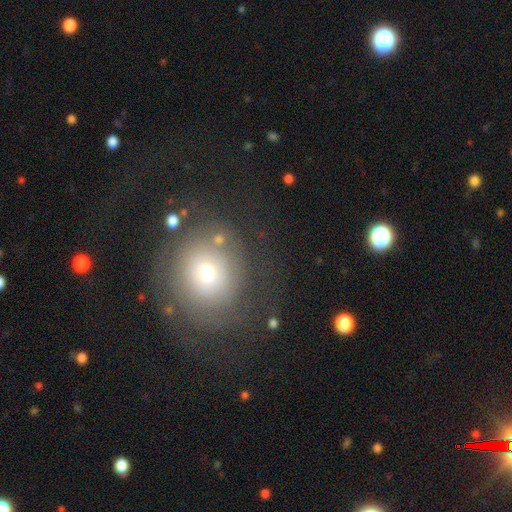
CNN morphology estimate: smooth-or-featured: featured or disk: 41% | smooth: 39% | star or artifact: 19%
  merging: none: 72% | major disturbance: 13% | minor disturbance: 12% | merger: 2%